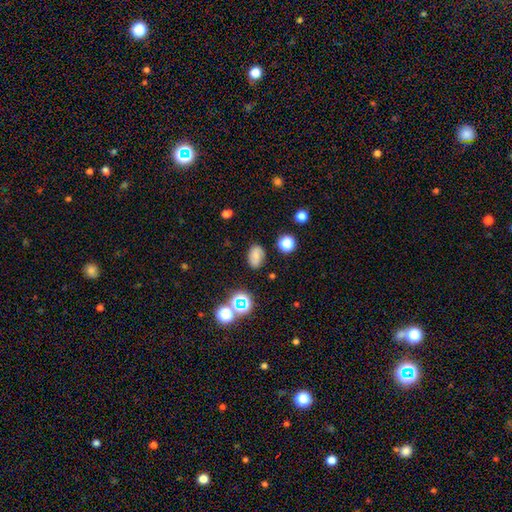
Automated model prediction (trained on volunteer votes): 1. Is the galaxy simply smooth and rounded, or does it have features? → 67% smooth, 17% star or artifact, 16% featured or disk.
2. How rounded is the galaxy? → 82% in between, 16% round, 1% cigar-shaped.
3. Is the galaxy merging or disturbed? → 78% none, 15% minor disturbance, 4% major disturbance, 3% merger.